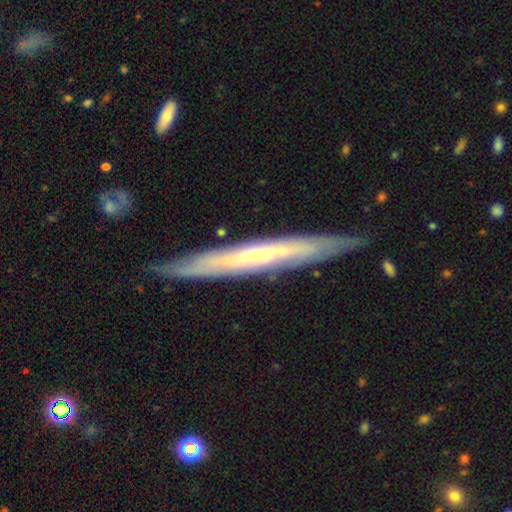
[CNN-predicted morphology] featured or disk 66%, smooth 29%, star or artifact 6%. Down the decision tree: edge-on disk — yes (85%); edge-on bulge — none (64%); merging — none (83%).